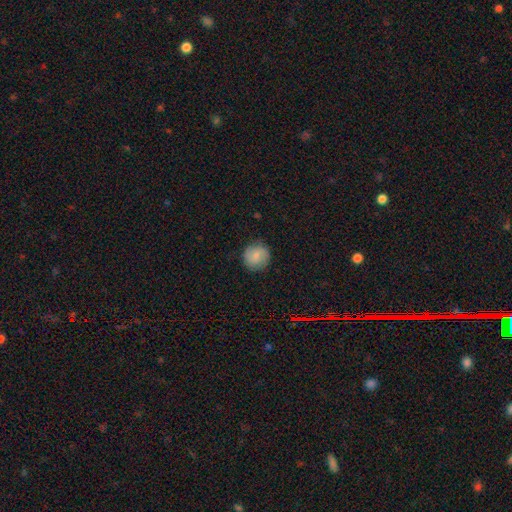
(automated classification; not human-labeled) Overall: smooth (71%). How rounded: round (92%). Merging: none (85%).